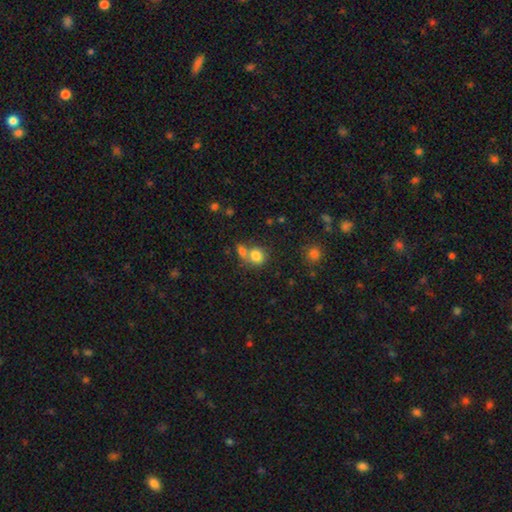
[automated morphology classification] This appears to be a smooth galaxy with no disk features (80%) that is round (69%). Merging: merger (45%).